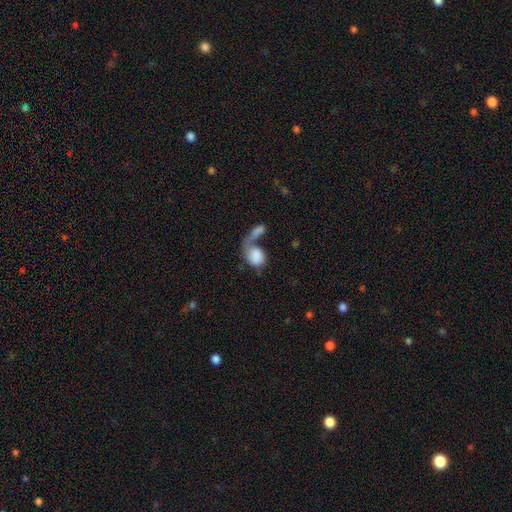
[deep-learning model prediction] Smooth or featured? Predicted: smooth (p=0.72). How rounded? Predicted: in between (p=0.72). Merging? Predicted: merger (p=0.54).